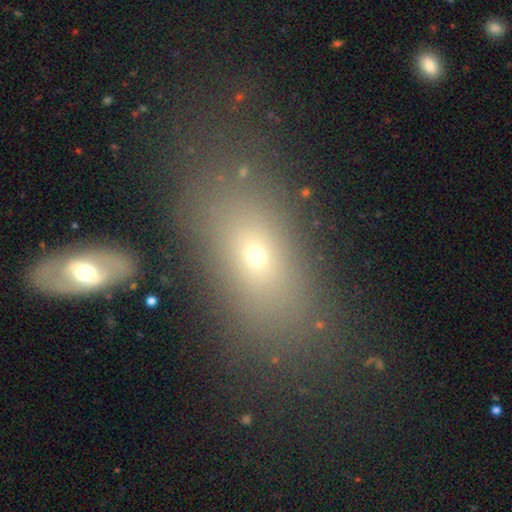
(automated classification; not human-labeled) This appears to be a smooth galaxy with no disk features (61%) that is in between round and cigar-shaped (77%). Merging: none (70%).